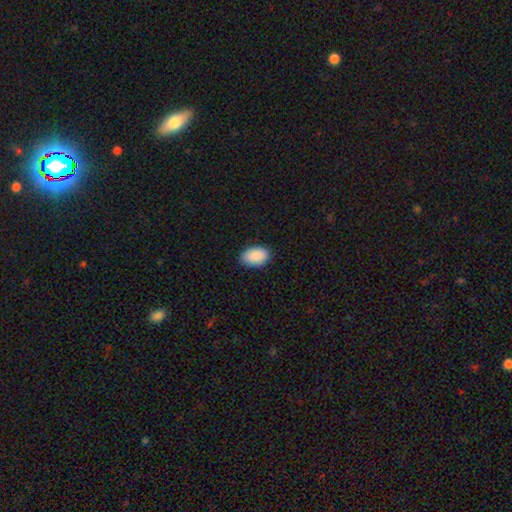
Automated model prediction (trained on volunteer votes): Smooth or featured? smooth (91%)
How rounded? in between (93%)
Merging? none (86%)